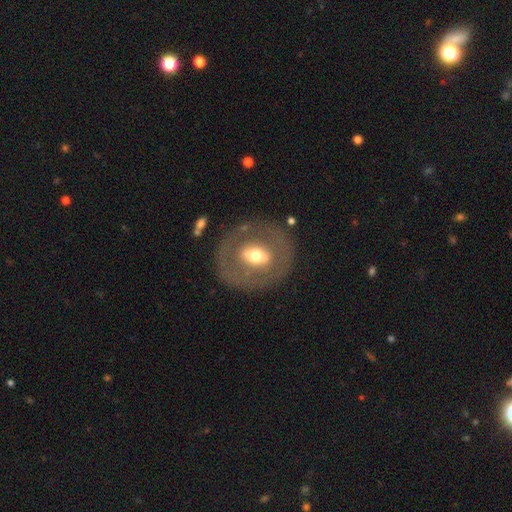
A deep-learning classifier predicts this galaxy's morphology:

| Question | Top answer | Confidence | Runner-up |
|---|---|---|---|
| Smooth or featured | featured or disk | 56% | smooth (38%) |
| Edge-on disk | no | 91% | yes (9%) |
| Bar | no | 43% | weak (30%) |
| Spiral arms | no | 88% | yes (12%) |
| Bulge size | moderate | 64% | small (17%) |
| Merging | none | 80% | minor disturbance (11%) |